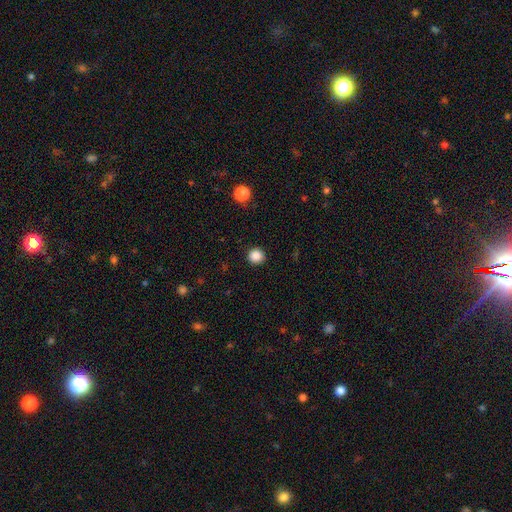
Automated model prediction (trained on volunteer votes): This is clearly a smooth galaxy (87%). How rounded: clearly round (92%). Merging: clearly none (92%).